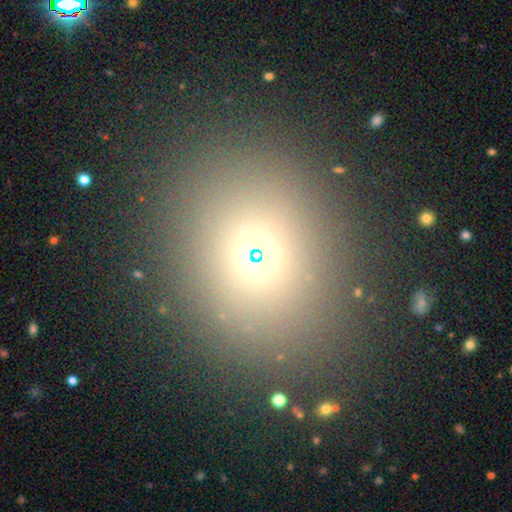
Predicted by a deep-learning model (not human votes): smooth_or_featured: smooth (p=0.65) [alt: star or artifact p=0.25]
how_rounded: round (p=0.54) [alt: in between p=0.43]
merging: none (p=0.85) [alt: minor disturbance p=0.08]